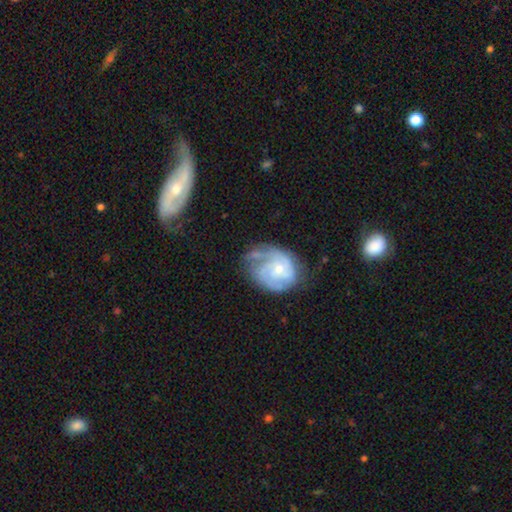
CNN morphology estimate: featured or disk 80%, smooth 14%, star or artifact 6%. Down the decision tree: edge-on disk — no (97%); bar — no (68%); spiral arms — yes (93%); spiral arm count — 2 (31%); spiral winding — tight (54%); bulge size — small (62%); merging — none (48%).